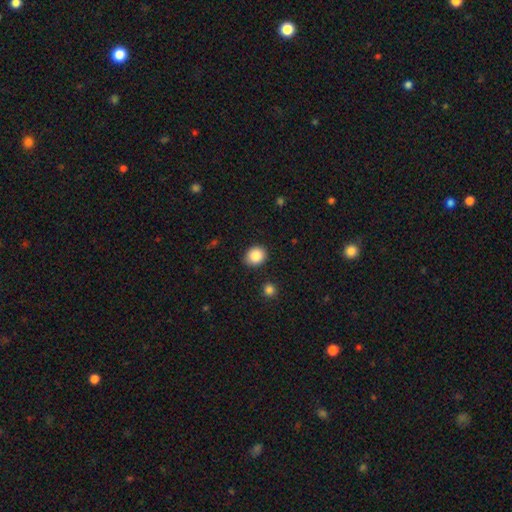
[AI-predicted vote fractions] A smooth galaxy with no disk features (88%) that is round (72%).

Vote fractions:
- Smooth or featured? smooth: 88% / star or artifact: 9% / featured or disk: 3%
- How rounded? round: 72% / in between: 28% / cigar-shaped: 1%
- Merging? none: 86% / minor disturbance: 9% / major disturbance: 2% / merger: 2%